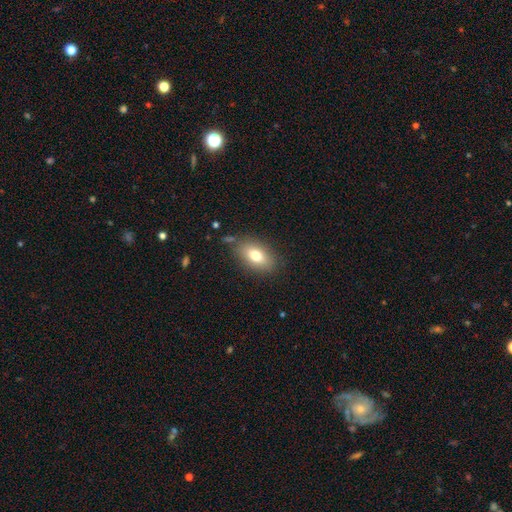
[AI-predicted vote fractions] Morphology: type=smooth (77%); roundness=in between (88%); merging=none (80%).